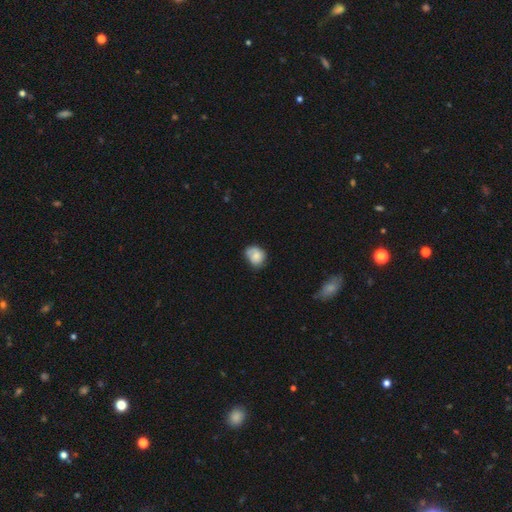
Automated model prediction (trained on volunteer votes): Smooth or featured? Predicted: smooth (p=0.70). How rounded? Predicted: round (p=0.51). Merging? Predicted: none (p=0.48).